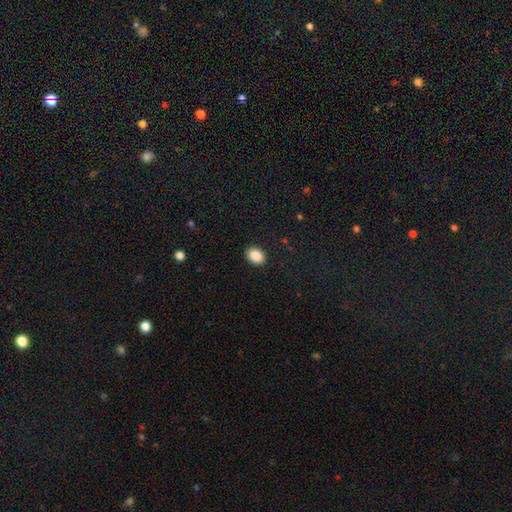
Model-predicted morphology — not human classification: smooth 88%, star or artifact 8%, featured or disk 3%. Down the decision tree: how rounded — in between (65%); merging — none (90%).